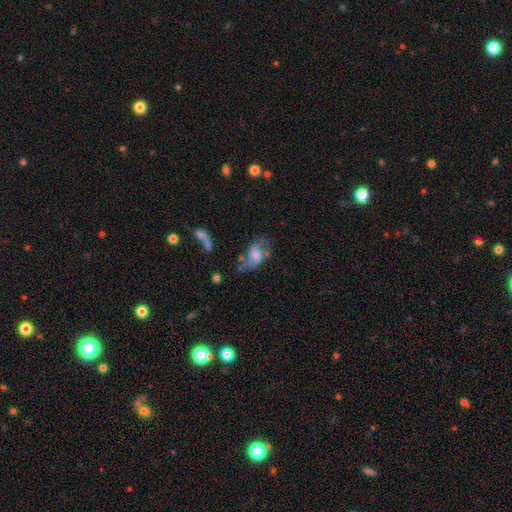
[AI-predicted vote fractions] smooth-or-featured: featured or disk: 50% | smooth: 41% | star or artifact: 9%
  disk-edge-on: no: 95% | yes: 5%
  merging: none: 38% | major disturbance: 26% | minor disturbance: 25% | merger: 11%